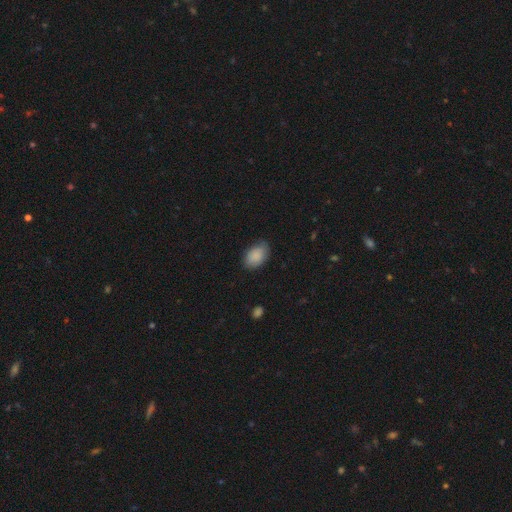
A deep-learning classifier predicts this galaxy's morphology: A smooth galaxy with no disk features (88%) that is in between round and cigar-shaped (86%).

Vote fractions:
- Smooth or featured? smooth: 88% / star or artifact: 7% / featured or disk: 5%
- How rounded? in between: 86% / round: 13% / cigar-shaped: 1%
- Merging? none: 76% / minor disturbance: 19% / major disturbance: 4% / merger: 1%